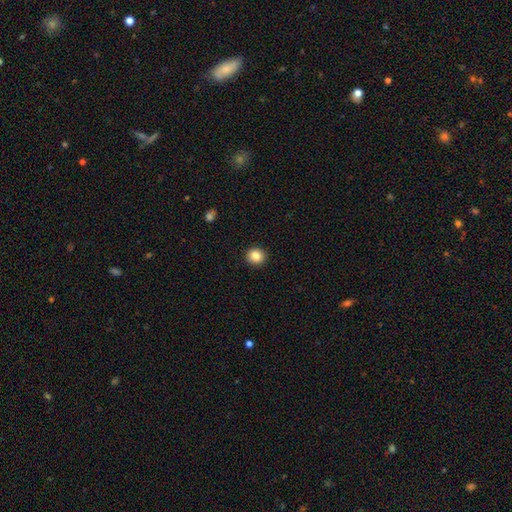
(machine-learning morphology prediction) Smooth or featured?
  - smooth: 86% *
  - star or artifact: 9%
  - featured or disk: 5%
How rounded?
  - round: 86% *
  - in between: 13%
  - cigar-shaped: 1%
Merging?
  - none: 92% *
  - minor disturbance: 5%
  - major disturbance: 2%
  - merger: 1%